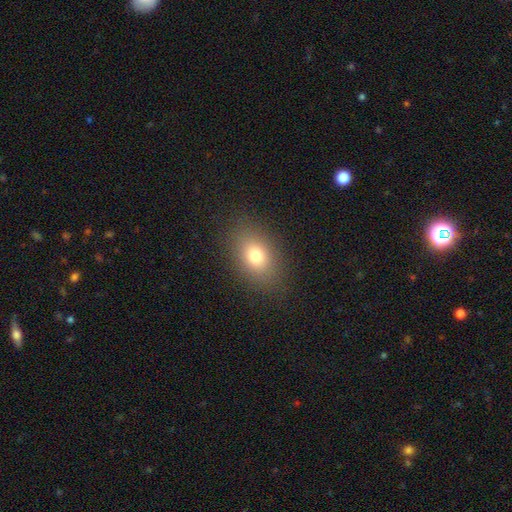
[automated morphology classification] The model was most divided on "how rounded": in between: 76%, round: 22%, cigar-shaped: 2%. More confident: merging — none (85%); smooth or featured — smooth (75%).